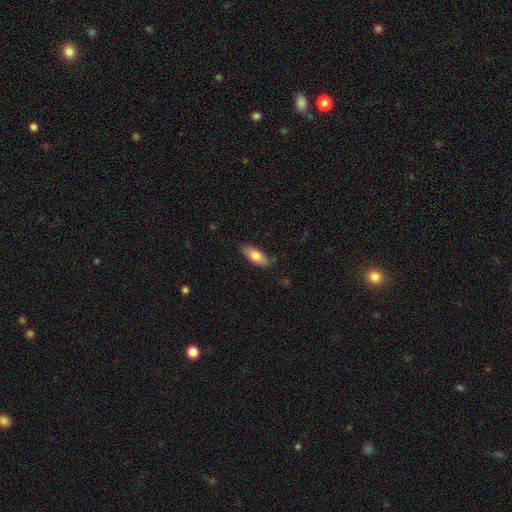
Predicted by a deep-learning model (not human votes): The model was most divided on "smooth or featured": smooth: 80%, featured or disk: 15%, star or artifact: 6%. More confident: merging — none (82%); how rounded — in between (82%).